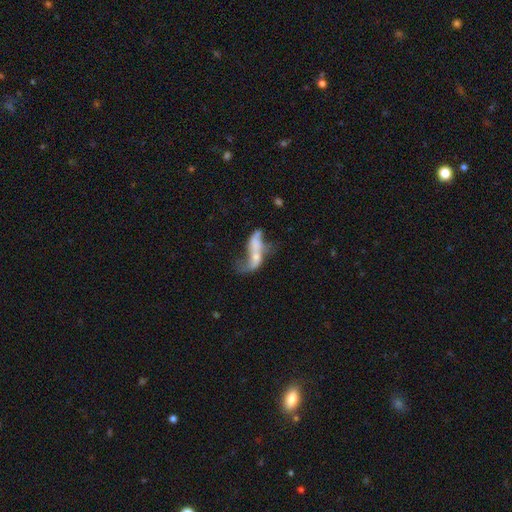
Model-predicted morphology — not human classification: type=featured or disk (60%); edge-on=no (88%); bar=no (66%); spiral arms=no (50%, tied with yes); bulge=small (36%); merging=merger (37%).